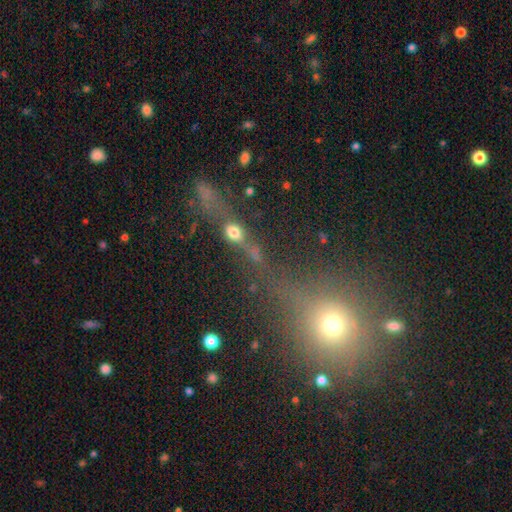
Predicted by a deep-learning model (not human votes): This appears to be a smooth galaxy with no disk features (40%). Merging: none (49%).